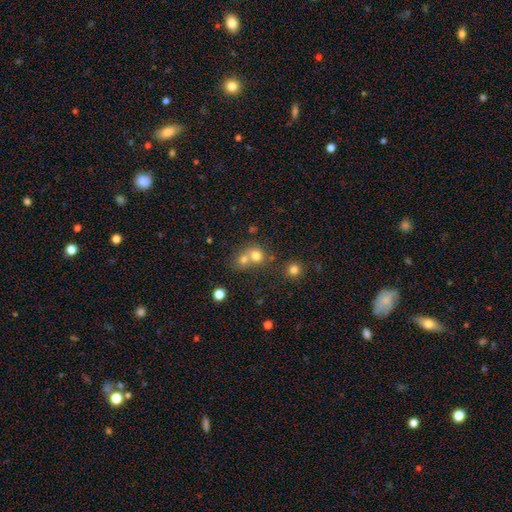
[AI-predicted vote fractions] smooth-or-featured: smooth: 73% | star or artifact: 14% | featured or disk: 13%
  how-rounded: round: 77% | in between: 22% | cigar-shaped: 1%
  merging: merger: 57% | none: 35% | minor disturbance: 5% | major disturbance: 3%